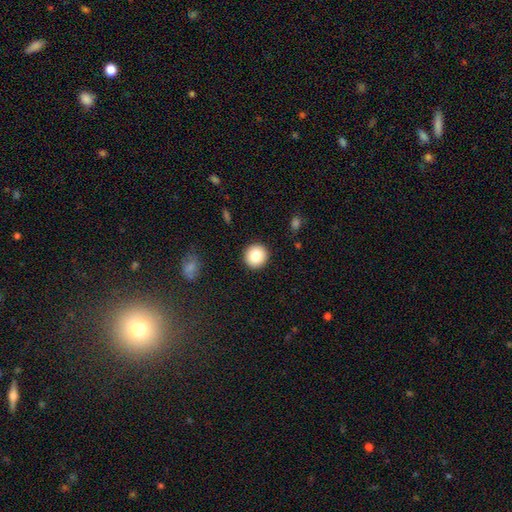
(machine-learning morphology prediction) smooth_or_featured: smooth (p=0.84) [alt: star or artifact p=0.08]
how_rounded: round (p=0.94) [alt: in between p=0.05]
merging: none (p=0.92) [alt: minor disturbance p=0.05]